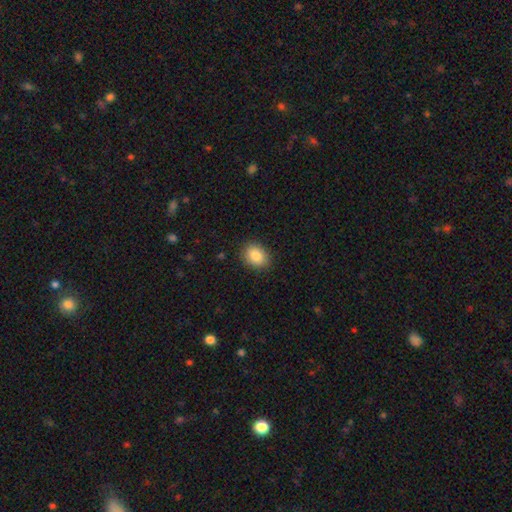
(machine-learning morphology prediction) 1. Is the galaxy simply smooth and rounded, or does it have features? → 85% smooth, 8% star or artifact, 7% featured or disk.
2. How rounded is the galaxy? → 60% in between, 39% round, 1% cigar-shaped.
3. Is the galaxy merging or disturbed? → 88% none, 9% minor disturbance, 2% major disturbance, 1% merger.